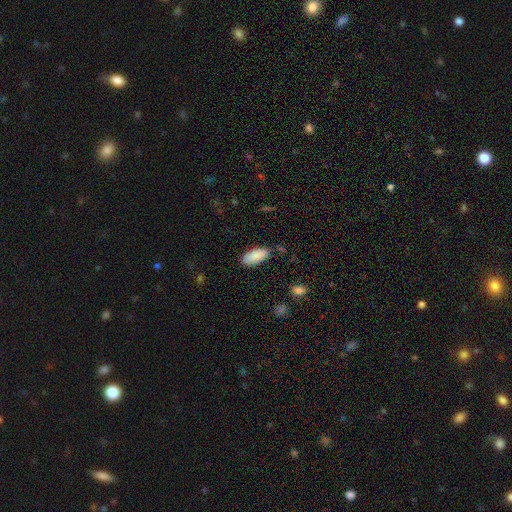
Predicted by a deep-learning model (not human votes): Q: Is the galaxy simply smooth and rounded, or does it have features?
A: smooth — 89%.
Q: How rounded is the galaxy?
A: in between — 86%.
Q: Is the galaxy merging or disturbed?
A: none — 81%.